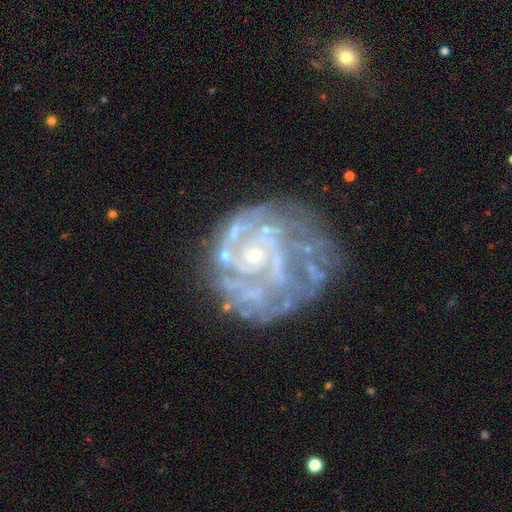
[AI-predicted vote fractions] This appears to be a featured or disk galaxy (84%) with no bar (78%), tight (65%) spiral arms (79%) and a small central bulge (72%). Merging: none (58%).